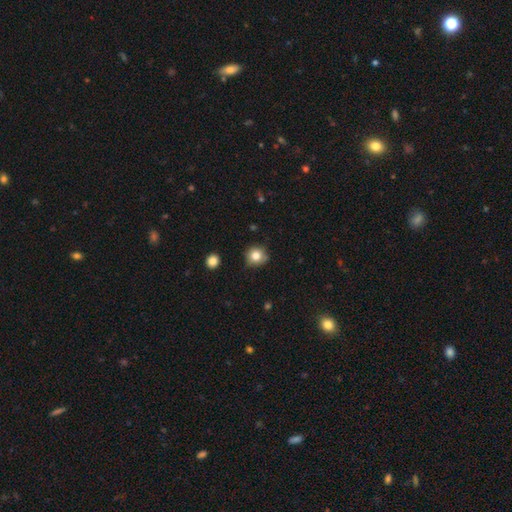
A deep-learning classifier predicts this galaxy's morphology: This is clearly a smooth galaxy (81%). How rounded: clearly round (90%). Merging: clearly none (82%).